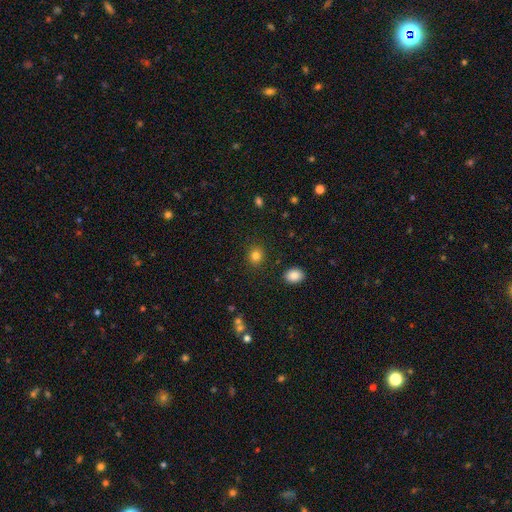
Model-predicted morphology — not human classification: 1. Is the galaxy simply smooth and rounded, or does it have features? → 83% smooth, 12% star or artifact, 5% featured or disk.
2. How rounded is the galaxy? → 78% round, 21% in between, 1% cigar-shaped.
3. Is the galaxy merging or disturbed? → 88% none, 7% minor disturbance, 3% major disturbance, 2% merger.